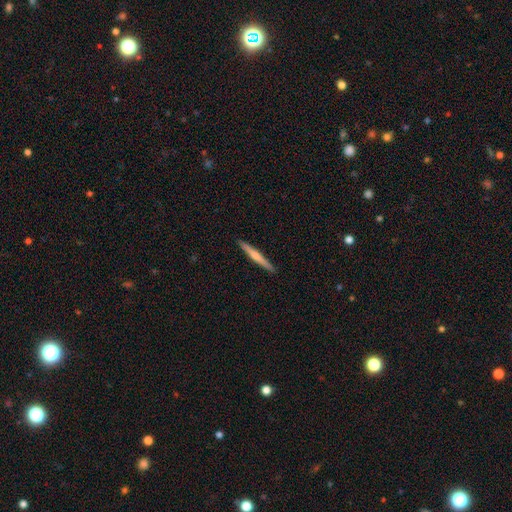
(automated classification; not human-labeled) The model was most divided on "smooth or featured": smooth: 49%, featured or disk: 45%, star or artifact: 5%. More confident: merging — none (92%).